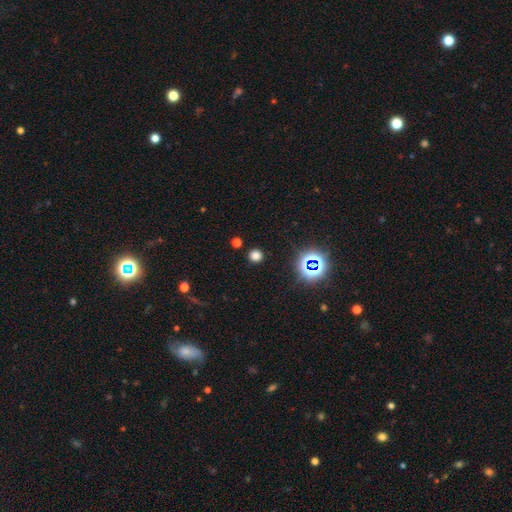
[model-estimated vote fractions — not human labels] Smooth or featured?
  - smooth: 71% *
  - star or artifact: 24%
  - featured or disk: 5%
How rounded?
  - round: 91% *
  - in between: 8%
  - cigar-shaped: 1%
Merging?
  - none: 89% *
  - minor disturbance: 6%
  - major disturbance: 3%
  - merger: 2%